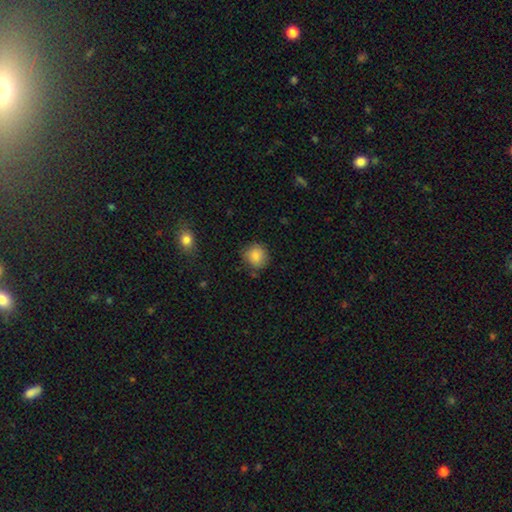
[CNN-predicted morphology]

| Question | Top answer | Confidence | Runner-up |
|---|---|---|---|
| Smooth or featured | smooth | 84% | star or artifact (9%) |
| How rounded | round | 86% | in between (13%) |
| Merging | none | 78% | minor disturbance (16%) |